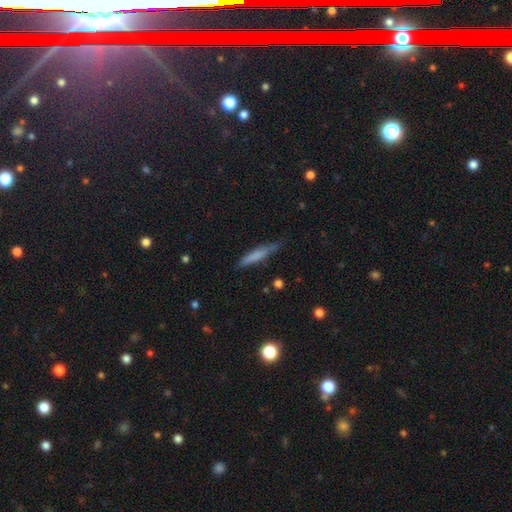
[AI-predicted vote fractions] This is likely a smooth galaxy (70%). How rounded: clearly cigar-shaped (91%). Merging: likely none (73%).